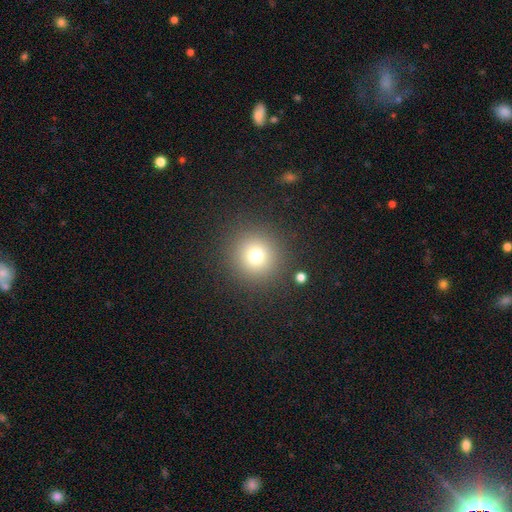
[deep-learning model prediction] Smooth or featured?
  - smooth: 73% *
  - star or artifact: 17%
  - featured or disk: 10%
How rounded?
  - round: 95% *
  - in between: 4%
  - cigar-shaped: 1%
Merging?
  - none: 88% *
  - minor disturbance: 6%
  - major disturbance: 3%
  - merger: 2%